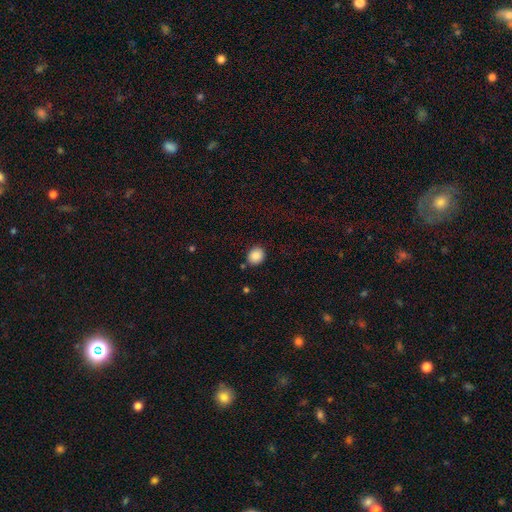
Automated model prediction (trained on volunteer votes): Smooth or featured? Predicted: smooth (p=0.86). How rounded? Predicted: round (p=0.72). Merging? Predicted: none (p=0.84).